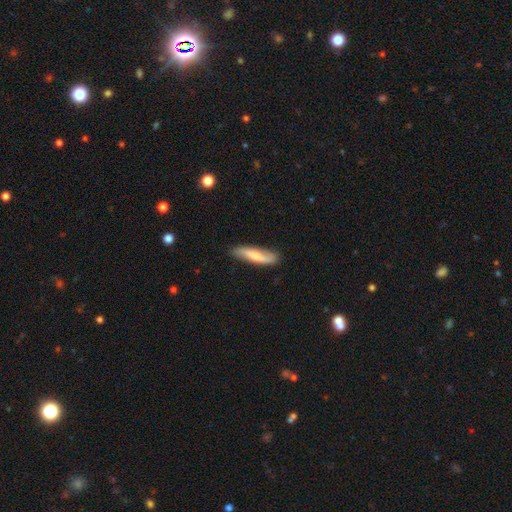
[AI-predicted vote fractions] This is possibly a smooth galaxy (56%). How rounded: likely cigar-shaped (77%). Merging: clearly none (81%).